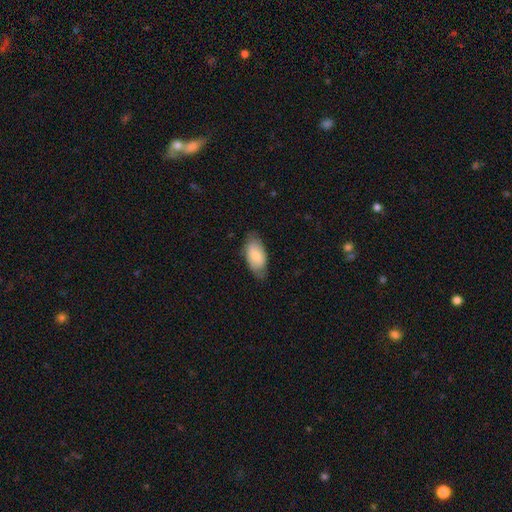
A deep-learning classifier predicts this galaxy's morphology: smooth 77%, featured or disk 17%, star or artifact 6%. Down the decision tree: how rounded — in between (94%); merging — none (72%).